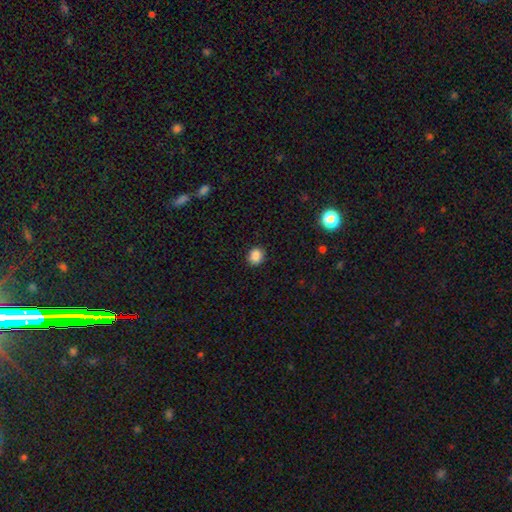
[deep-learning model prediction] Smooth or featured?
  - smooth: 86% *
  - star or artifact: 10%
  - featured or disk: 4%
How rounded?
  - round: 71% *
  - in between: 28%
  - cigar-shaped: 1%
Merging?
  - none: 90% *
  - minor disturbance: 7%
  - major disturbance: 2%
  - merger: 1%